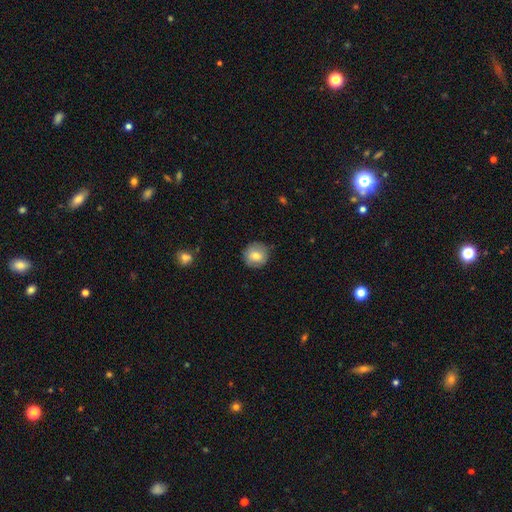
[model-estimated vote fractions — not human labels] Overall: smooth (77%). How rounded: round (94%). Merging: none (87%).